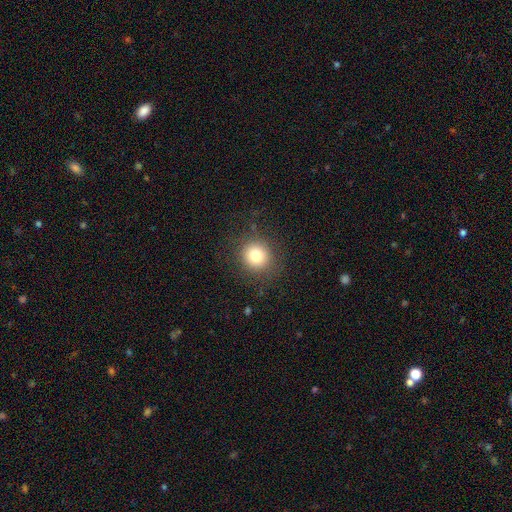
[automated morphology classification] Smooth or featured? Predicted: smooth (p=0.80). How rounded? Predicted: round (p=0.91). Merging? Predicted: none (p=0.86).